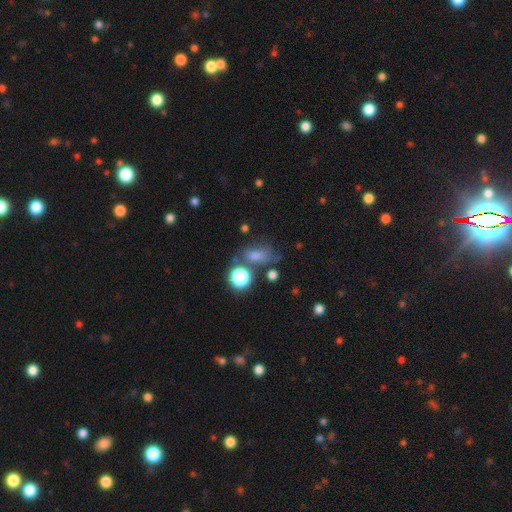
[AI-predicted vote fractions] The model was most divided on "smooth or featured": smooth: 55%, star or artifact: 27%, featured or disk: 17%. More confident: how rounded — in between (67%); merging — none (53%).